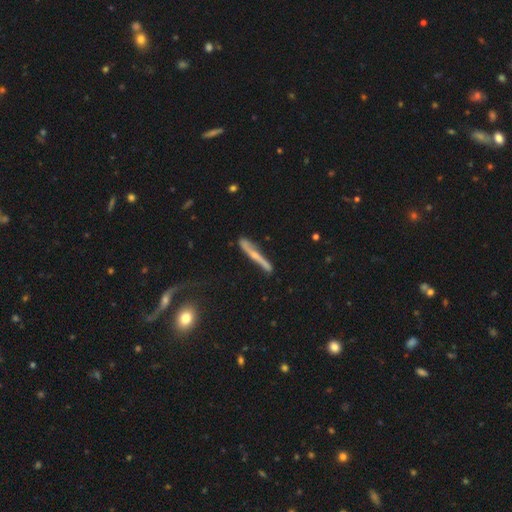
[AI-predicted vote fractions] A featured or disk galaxy (65%) viewed edge-on (85%) with a rounded central bulge (57%).

Vote fractions:
- Smooth or featured? featured or disk: 65% / smooth: 28% / star or artifact: 7%
- Edge-on disk? yes: 85% / no: 15%
- Edge-on bulge? rounded: 57% / none: 35% / boxy: 8%
- Merging? none: 63% / minor disturbance: 25% / major disturbance: 8% / merger: 4%